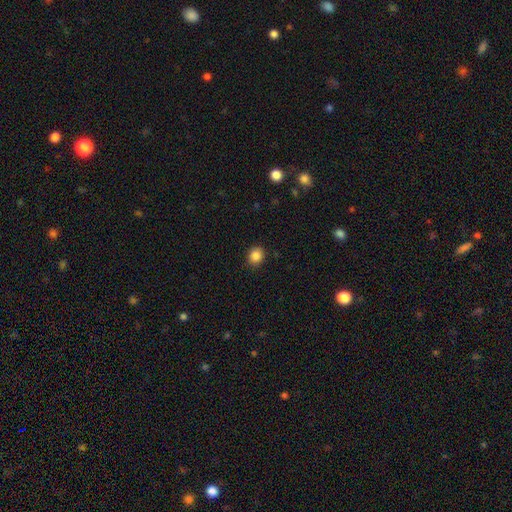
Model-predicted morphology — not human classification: A smooth galaxy with no disk features (86%) that is round (76%). Merging: none (89%).